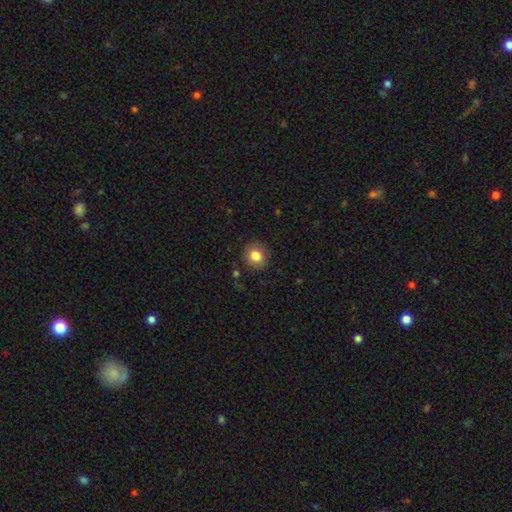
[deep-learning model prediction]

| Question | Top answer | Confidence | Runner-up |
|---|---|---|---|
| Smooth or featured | smooth | 82% | star or artifact (9%) |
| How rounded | round | 86% | in between (13%) |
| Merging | none | 86% | minor disturbance (10%) |